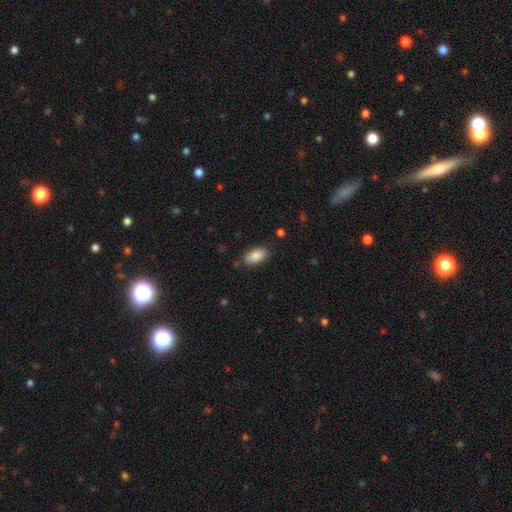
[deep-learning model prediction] This appears to be a smooth galaxy with no disk features (87%) that is in between round and cigar-shaped (94%). Merging: none (83%).